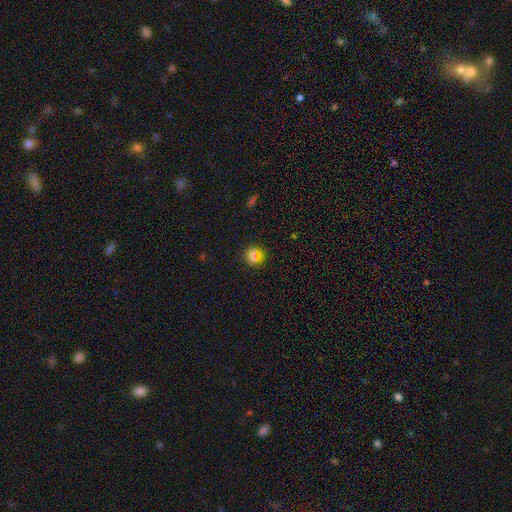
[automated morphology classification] This appears to be a smooth galaxy with no disk features (75%) that is round (87%). Merging: none (89%).